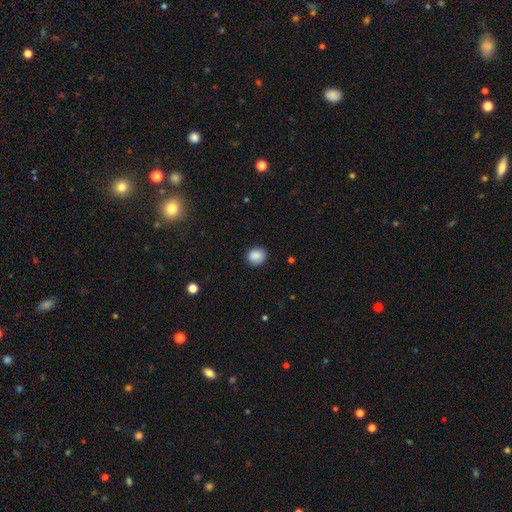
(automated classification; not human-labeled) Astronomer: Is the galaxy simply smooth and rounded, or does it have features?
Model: smooth — 87%.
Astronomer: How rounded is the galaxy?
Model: round — 76%.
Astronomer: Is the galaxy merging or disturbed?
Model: none — 86%.